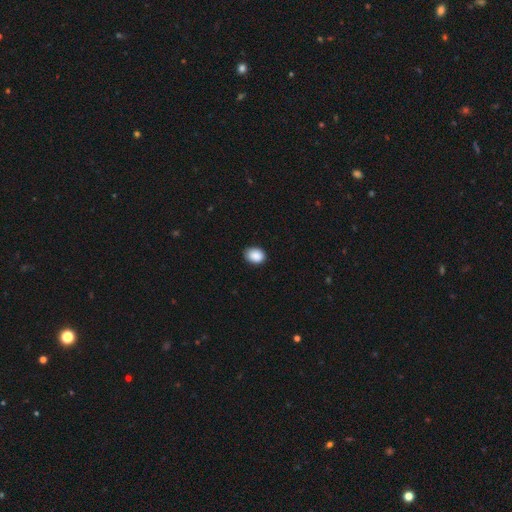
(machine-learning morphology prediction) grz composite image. It shows a smooth galaxy with no disk features (89%) that is in between round and cigar-shaped (57%). Merging: none (84%).